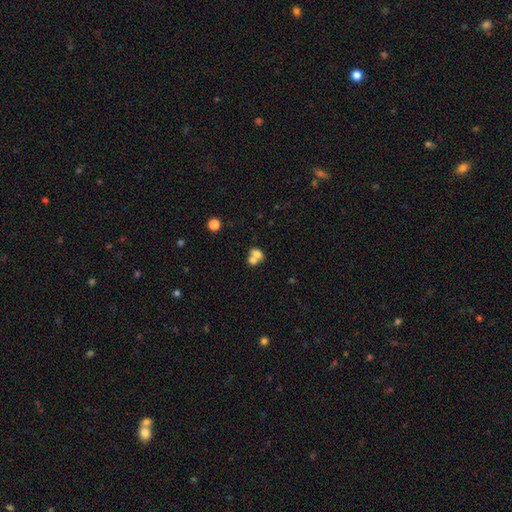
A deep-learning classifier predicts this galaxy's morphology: The model was most divided on "how rounded": in between: 58%, round: 40%, cigar-shaped: 2%. More confident: smooth or featured — smooth (69%); merging — merger (66%).